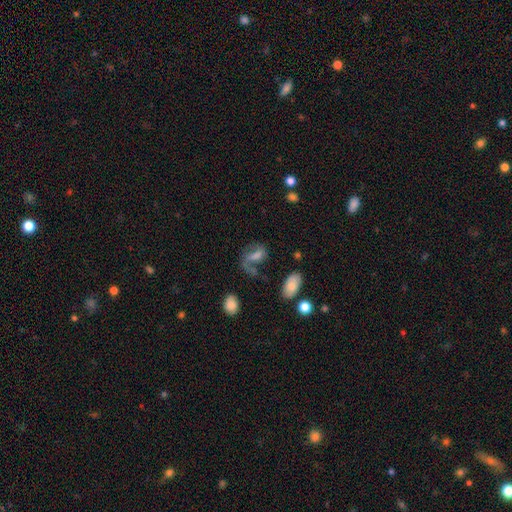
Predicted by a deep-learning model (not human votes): smooth-or-featured: featured or disk: 52% | smooth: 34% | star or artifact: 14%
  disk-edge-on: no: 95% | yes: 5%
  merging: none: 46% | major disturbance: 27% | minor disturbance: 20% | merger: 7%